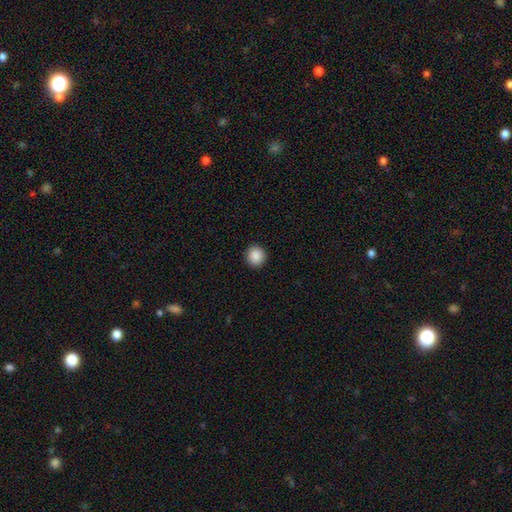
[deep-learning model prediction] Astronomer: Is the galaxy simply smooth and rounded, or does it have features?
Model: smooth — 89%.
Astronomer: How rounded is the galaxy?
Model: round — 93%.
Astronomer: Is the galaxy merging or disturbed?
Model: none — 93%.